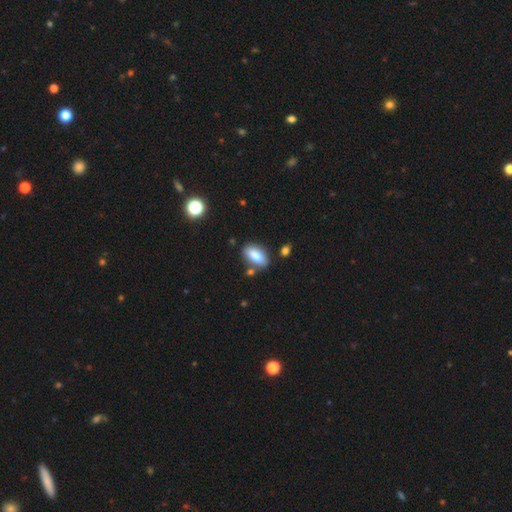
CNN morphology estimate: A smooth galaxy with no disk features (84%) that is in between round and cigar-shaped (89%). Merging: none (75%).